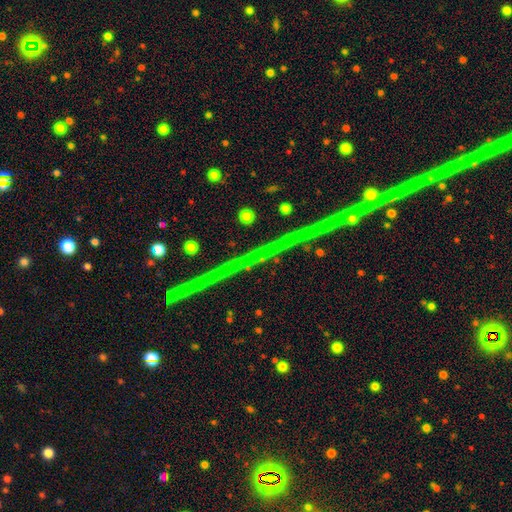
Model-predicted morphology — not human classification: Smooth or featured: star or artifact — 64% (smooth — 20%)